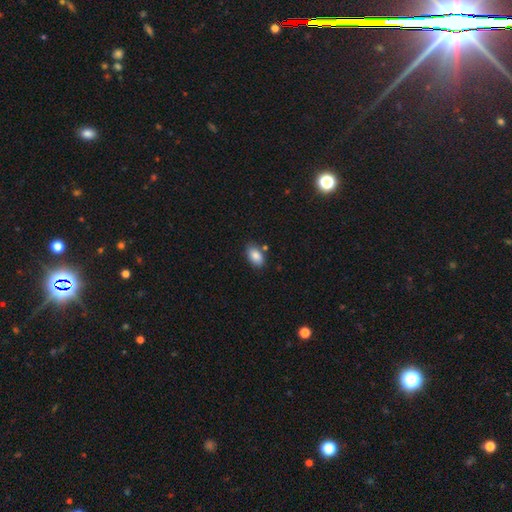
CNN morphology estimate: Smooth or featured: smooth — 86% (star or artifact — 8%)
How rounded: in between — 92% (round — 6%)
Merging: none — 79% (minor disturbance — 13%)